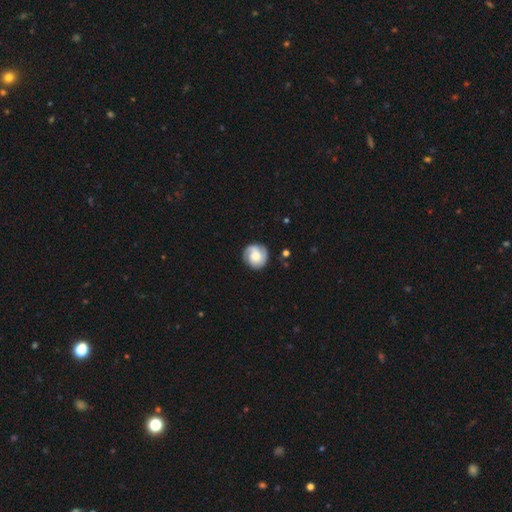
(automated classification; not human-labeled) Smooth or featured?
  - featured or disk: 64% *
  - smooth: 30%
  - star or artifact: 7%
Edge-on disk?
  - no: 98% *
  - yes: 2%
Bar?
  - no: 69% *
  - weak: 26%
  - strong: 5%
Spiral arms?
  - yes: 94% *
  - no: 6%
Spiral winding?
  - tight: 56% *
  - medium: 33%
  - loose: 11%
Spiral arm count?
  - 2: 47% *
  - 3: 20%
  - can't tell: 15%
  - 1: 13%
  - 4: 3%
  - more than 4: 3%
Bulge size?
  - moderate: 45% *
  - small: 25%
  - large: 20%
  - none: 7%
  - dominant: 3%
Merging?
  - none: 79% *
  - minor disturbance: 15%
  - major disturbance: 5%
  - merger: 2%